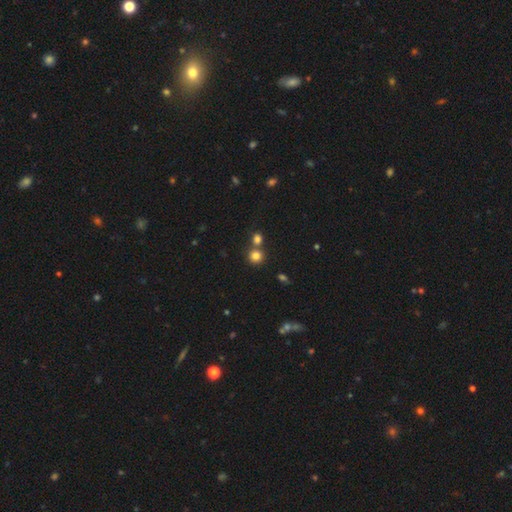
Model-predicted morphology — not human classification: Smooth or featured? smooth (80%)
How rounded? round (90%)
Merging? none (64%)